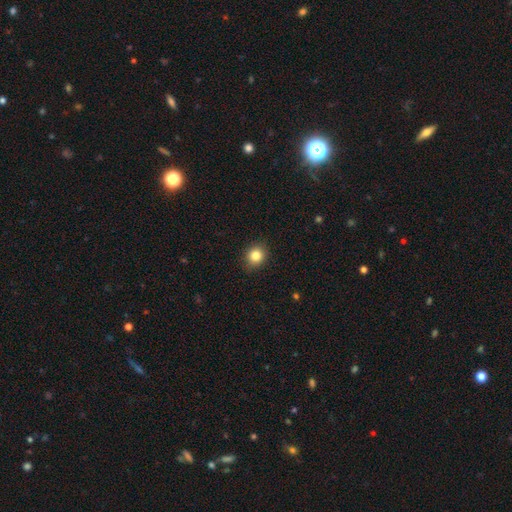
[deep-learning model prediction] smooth-or-featured: smooth: 83% | star or artifact: 11% | featured or disk: 6%
  how-rounded: round: 76% | in between: 23% | cigar-shaped: 1%
  merging: none: 89% | minor disturbance: 8% | major disturbance: 2% | merger: 1%